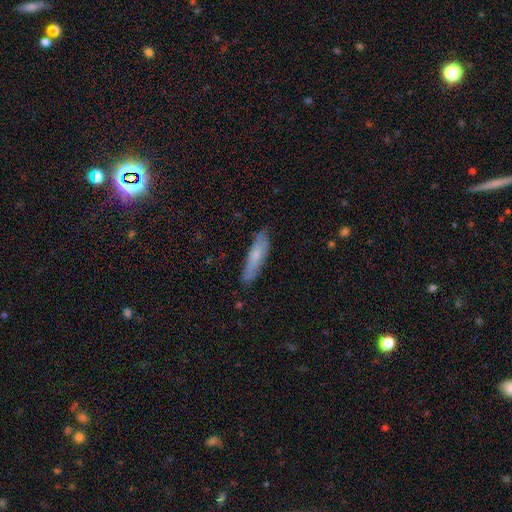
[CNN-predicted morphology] Q: Smooth or featured?
A: smooth (67%); runner-up: featured or disk (26%)
Q: How rounded?
A: cigar-shaped (79%); runner-up: in between (20%)
Q: Merging?
A: none (79%); runner-up: minor disturbance (17%)